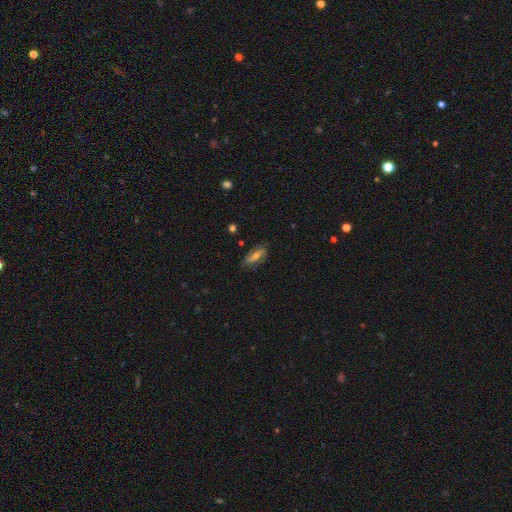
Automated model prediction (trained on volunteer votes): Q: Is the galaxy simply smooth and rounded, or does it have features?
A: featured or disk — 58%.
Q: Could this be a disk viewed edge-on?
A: no — 84%.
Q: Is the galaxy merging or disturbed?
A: none — 78%.